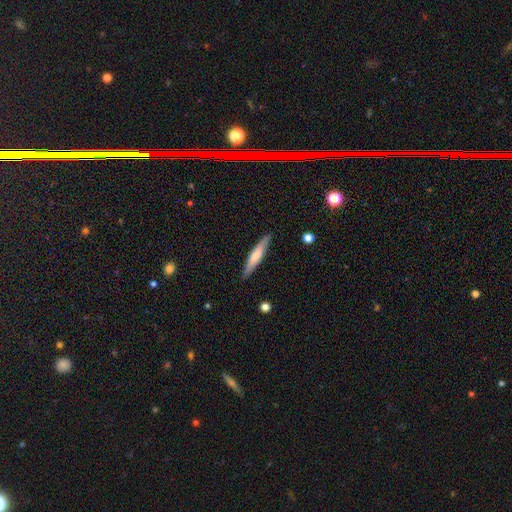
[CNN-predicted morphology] Q: Smooth or featured?
A: smooth (57%); runner-up: featured or disk (38%)
Q: How rounded?
A: cigar-shaped (88%); runner-up: in between (10%)
Q: Merging?
A: none (88%); runner-up: minor disturbance (9%)